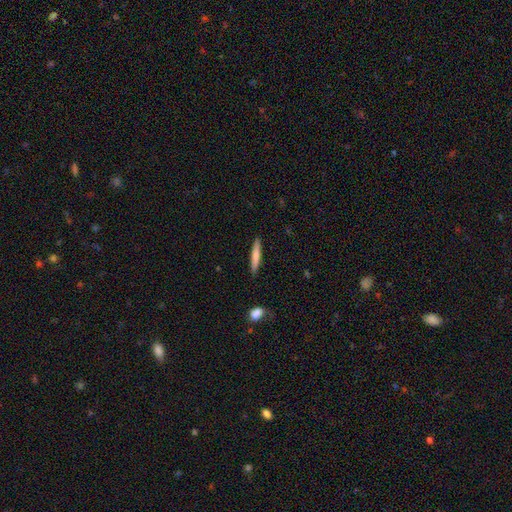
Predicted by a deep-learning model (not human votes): This is likely a smooth galaxy (71%). How rounded: clearly cigar-shaped (93%). Merging: clearly none (89%).